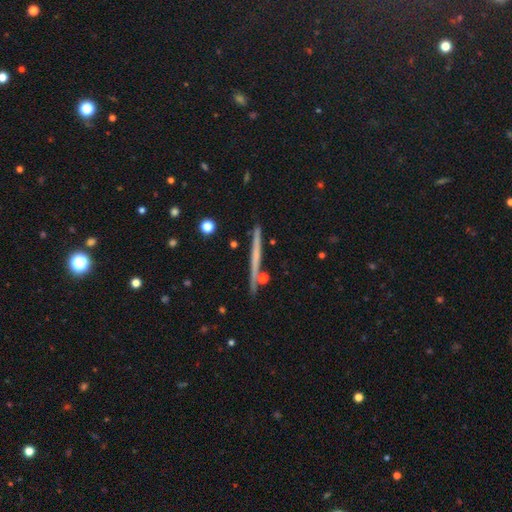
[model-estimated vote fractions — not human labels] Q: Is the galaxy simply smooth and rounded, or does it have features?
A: featured or disk — 55%.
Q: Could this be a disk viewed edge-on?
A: yes — 97%.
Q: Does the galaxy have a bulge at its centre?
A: none — 84%.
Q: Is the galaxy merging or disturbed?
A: none — 88%.